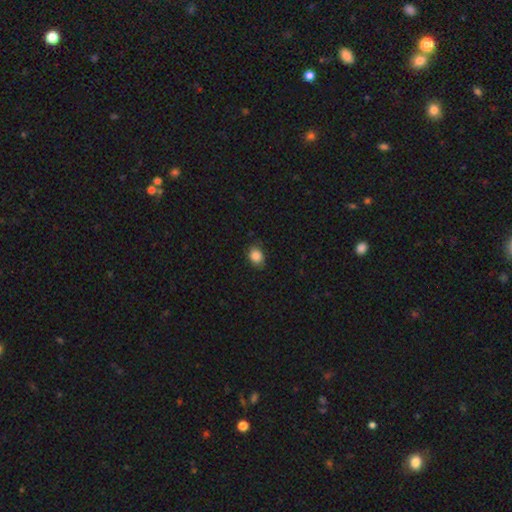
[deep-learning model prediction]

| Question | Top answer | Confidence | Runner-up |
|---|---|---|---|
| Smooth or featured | smooth | 86% | star or artifact (9%) |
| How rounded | in between | 57% | round (42%) |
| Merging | none | 78% | minor disturbance (18%) |